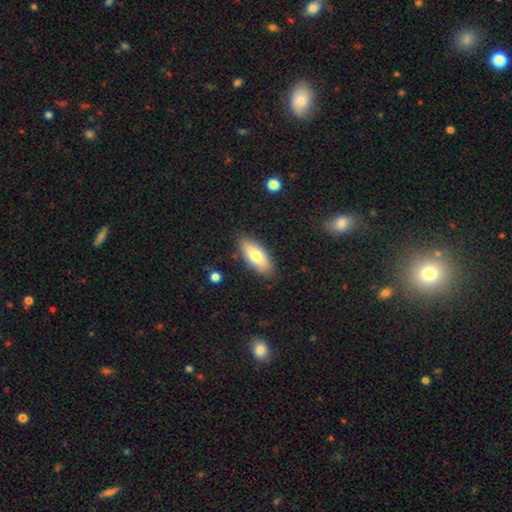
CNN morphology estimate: Smooth or featured? Predicted: smooth (p=0.73). How rounded? Predicted: in between (p=0.81). Merging? Predicted: none (p=0.84).